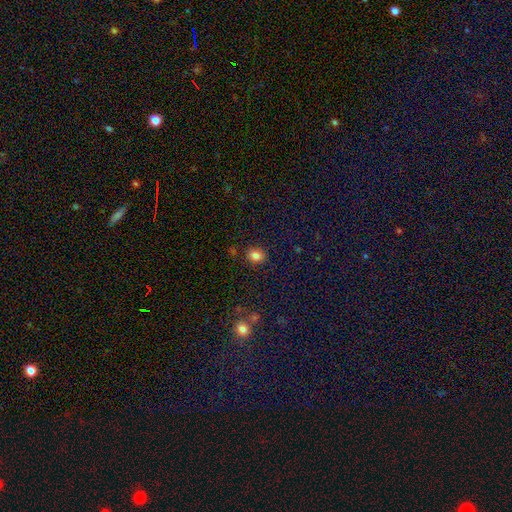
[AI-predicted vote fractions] Overall: smooth (83%). How rounded: round (63%; in between 37%). Merging: none (87%).